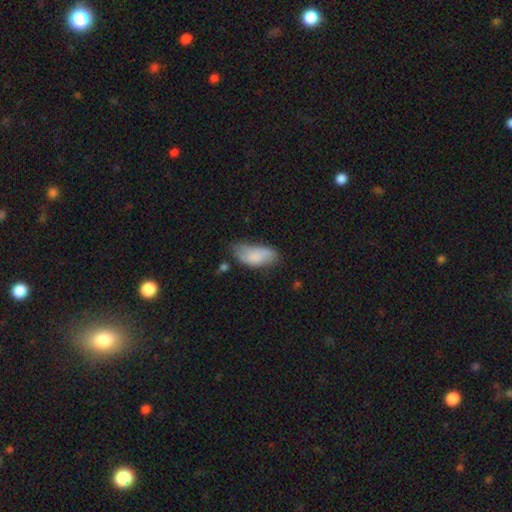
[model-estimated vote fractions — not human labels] smooth-or-featured: smooth: 76% | featured or disk: 17% | star or artifact: 7%
  how-rounded: in between: 88% | cigar-shaped: 9% | round: 2%
  merging: none: 45% | minor disturbance: 36% | major disturbance: 13% | merger: 6%